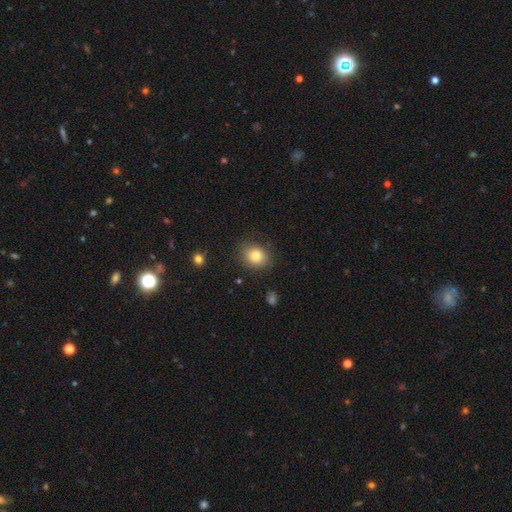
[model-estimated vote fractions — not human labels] Smooth or featured? Predicted: smooth (p=0.81). How rounded? Predicted: round (p=0.62). Merging? Predicted: none (p=0.85).